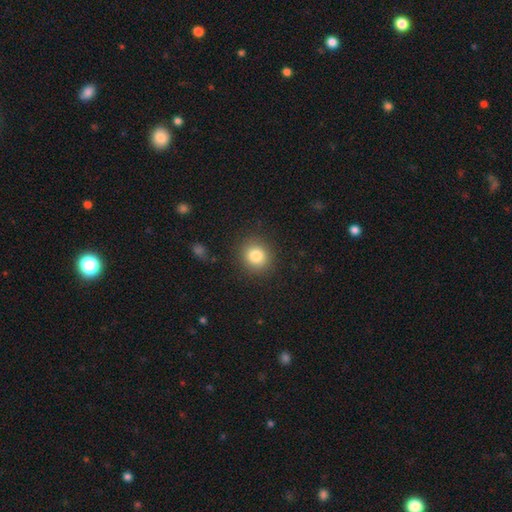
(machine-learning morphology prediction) This appears to be a smooth galaxy with no disk features (82%) that is round (82%). Merging: none (88%).